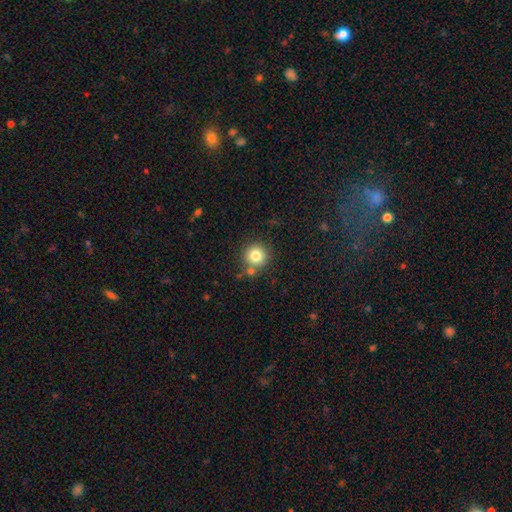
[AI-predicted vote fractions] smooth 82%, star or artifact 11%, featured or disk 7%. Down the decision tree: how rounded — round (94%); merging — none (77%).